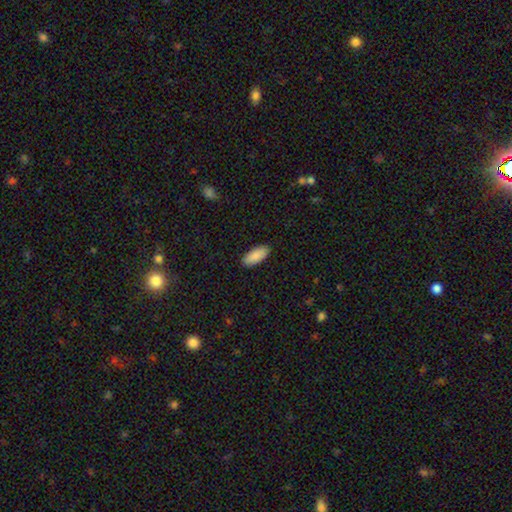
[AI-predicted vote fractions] smooth-or-featured: smooth: 90% | star or artifact: 6% | featured or disk: 4%
  how-rounded: in between: 87% | cigar-shaped: 11% | round: 2%
  merging: none: 90% | minor disturbance: 7% | major disturbance: 2% | merger: 1%